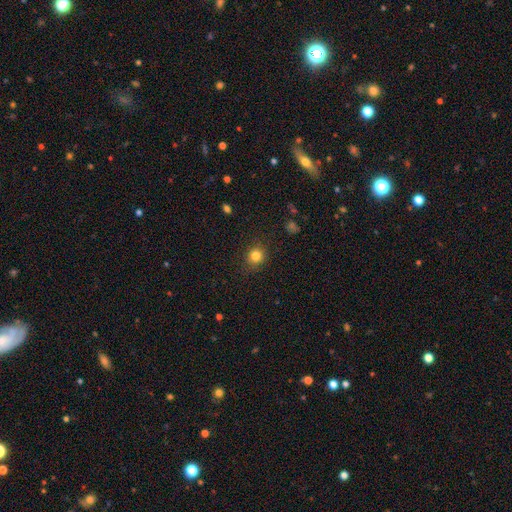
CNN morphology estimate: A smooth galaxy with no disk features (83%) that is round (85%). Merging: none (87%).